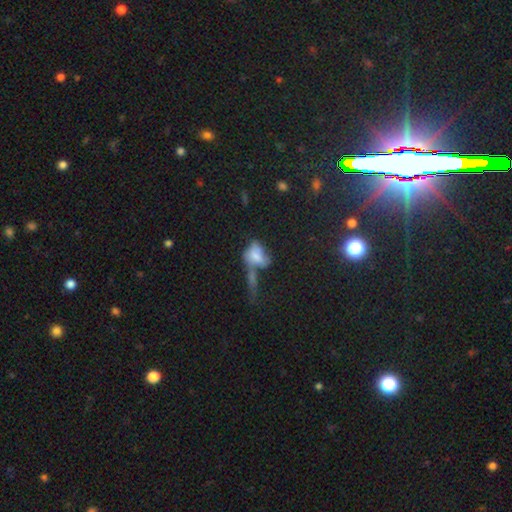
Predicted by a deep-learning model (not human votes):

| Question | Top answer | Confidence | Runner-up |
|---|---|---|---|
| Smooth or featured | smooth | 56% | featured or disk (27%) |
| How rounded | in between | 74% | round (20%) |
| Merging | merger | 38% | major disturbance (28%) |